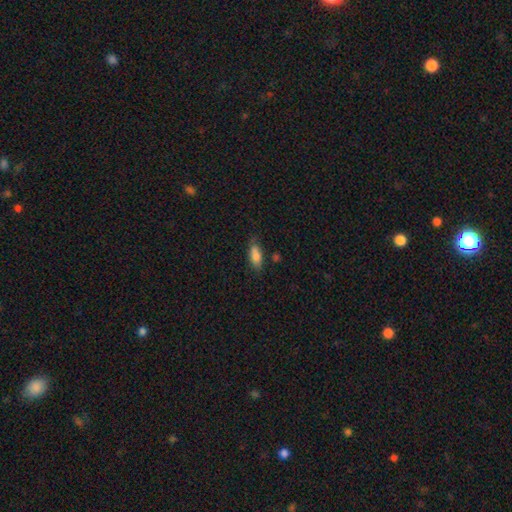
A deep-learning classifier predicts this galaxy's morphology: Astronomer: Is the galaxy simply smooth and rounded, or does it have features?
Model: smooth — 82%.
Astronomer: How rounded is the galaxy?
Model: in between — 80%.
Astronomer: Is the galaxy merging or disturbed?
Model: none — 70%.